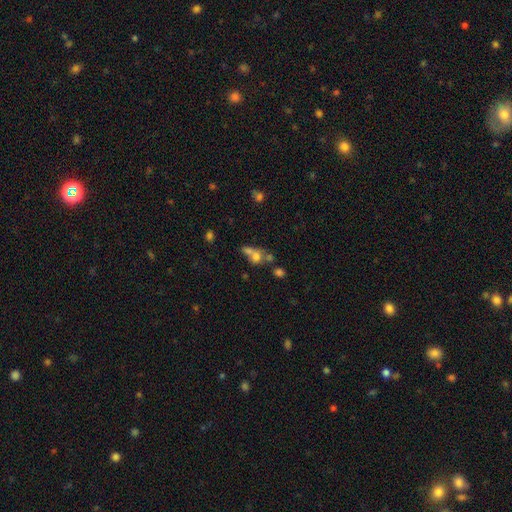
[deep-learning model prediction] Morphology: type=smooth (63%); roundness=round (57%); merging=merger (53%).